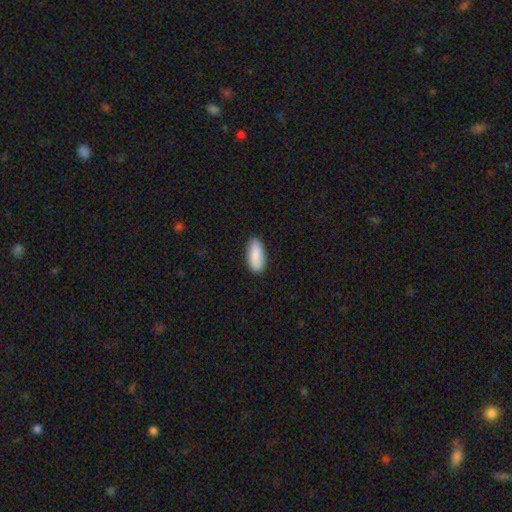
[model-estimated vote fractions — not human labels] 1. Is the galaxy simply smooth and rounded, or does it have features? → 88% smooth, 7% featured or disk, 6% star or artifact.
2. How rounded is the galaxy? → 85% in between, 13% cigar-shaped, 2% round.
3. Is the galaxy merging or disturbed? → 86% none, 11% minor disturbance, 2% major disturbance, 1% merger.